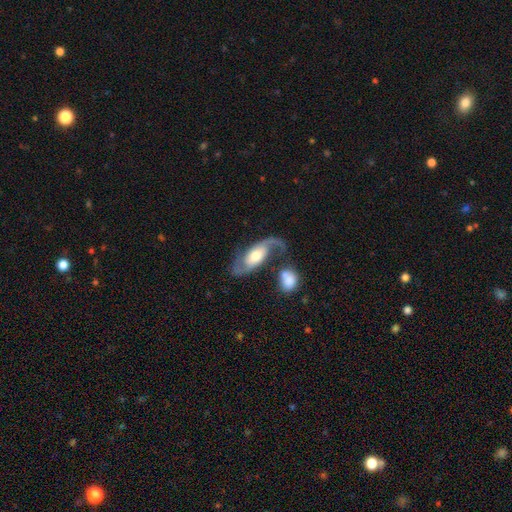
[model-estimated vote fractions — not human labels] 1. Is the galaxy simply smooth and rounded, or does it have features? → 83% featured or disk, 12% smooth, 5% star or artifact.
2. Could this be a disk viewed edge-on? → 94% no, 6% yes.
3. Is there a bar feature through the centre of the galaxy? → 51% no, 33% weak, 17% strong.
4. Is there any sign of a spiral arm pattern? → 95% yes, 5% no.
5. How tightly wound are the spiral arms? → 53% loose, 37% medium, 11% tight.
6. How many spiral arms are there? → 88% 2, 6% 1, 3% can't tell, 1% 3, 1% 4, 1% more than 4.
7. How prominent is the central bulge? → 59% moderate, 19% small, 18% large, 2% dominant, 2% none.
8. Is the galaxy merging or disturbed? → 53% none, 16% merger, 16% minor disturbance, 15% major disturbance.